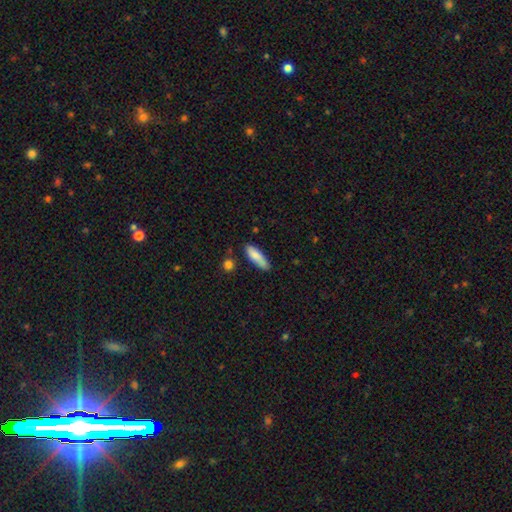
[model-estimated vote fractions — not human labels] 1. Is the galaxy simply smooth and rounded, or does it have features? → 82% smooth, 12% featured or disk, 6% star or artifact.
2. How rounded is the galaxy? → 55% cigar-shaped, 44% in between, 2% round.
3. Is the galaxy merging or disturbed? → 76% none, 18% minor disturbance, 3% merger, 3% major disturbance.